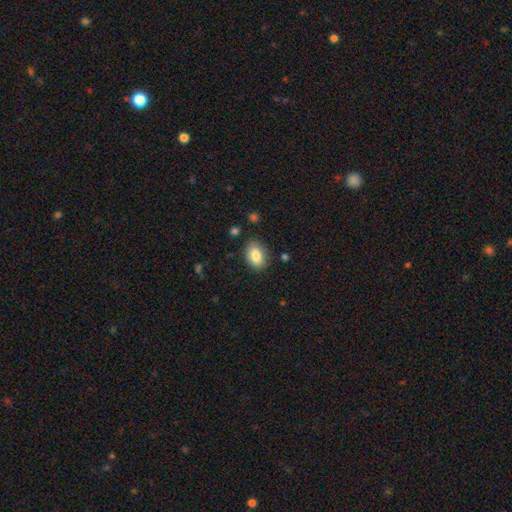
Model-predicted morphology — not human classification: smooth_or_featured: smooth (p=0.84) [alt: featured or disk p=0.08]
how_rounded: in between (p=0.84) [alt: round p=0.15]
merging: none (p=0.84) [alt: minor disturbance p=0.12]